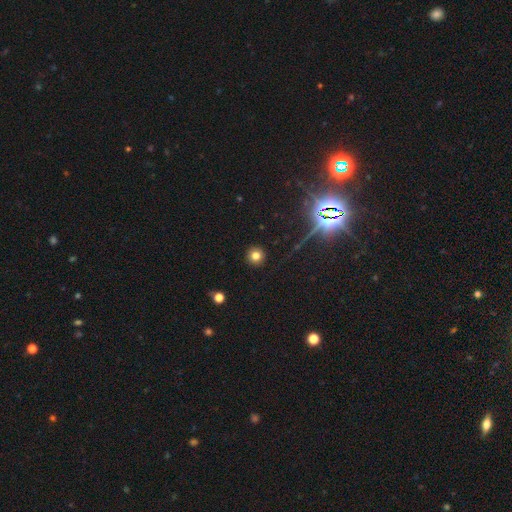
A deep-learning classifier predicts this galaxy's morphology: smooth-or-featured: smooth: 76% | star or artifact: 17% | featured or disk: 7%
  how-rounded: round: 95% | in between: 4% | cigar-shaped: 1%
  merging: none: 92% | minor disturbance: 5% | major disturbance: 2% | merger: 1%